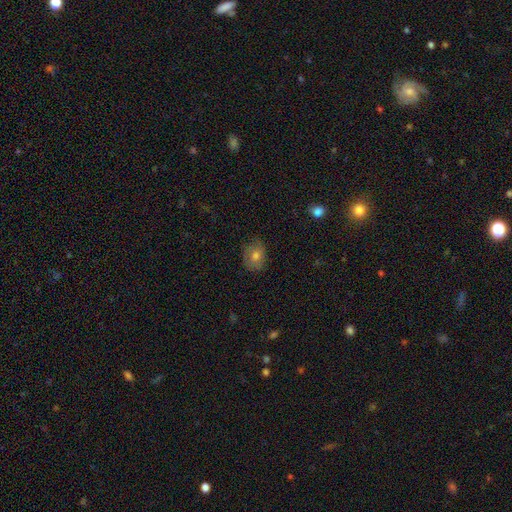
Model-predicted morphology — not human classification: smooth_or_featured: smooth (p=0.65) [alt: featured or disk p=0.23]
how_rounded: round (p=0.54) [alt: in between p=0.45]
merging: none (p=0.76) [alt: minor disturbance p=0.18]